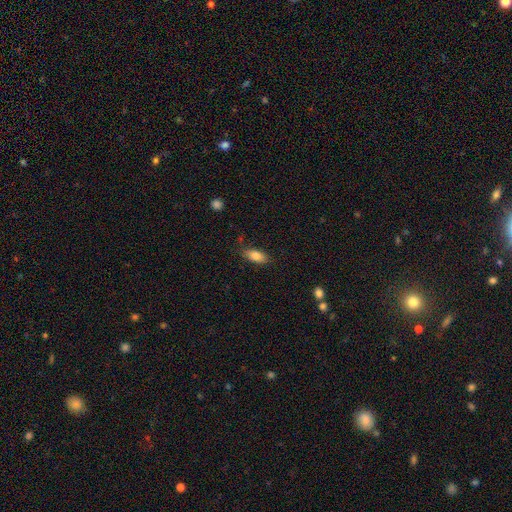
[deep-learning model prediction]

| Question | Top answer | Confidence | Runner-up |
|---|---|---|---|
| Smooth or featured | smooth | 83% | featured or disk (9%) |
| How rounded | in between | 85% | cigar-shaped (12%) |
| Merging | none | 80% | minor disturbance (15%) |